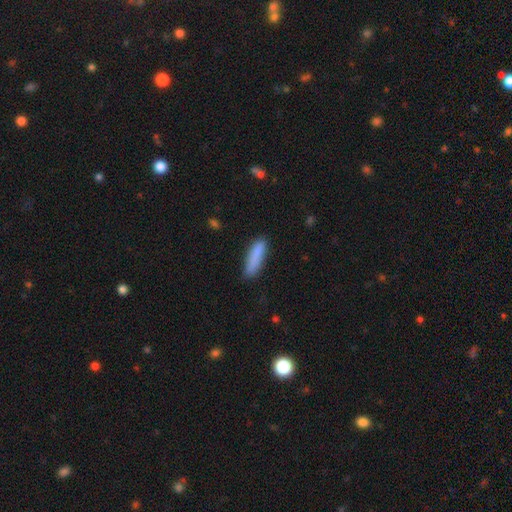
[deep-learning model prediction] The model was most divided on "how rounded": cigar-shaped: 68%, in between: 31%, round: 2%. More confident: smooth or featured — smooth (86%); merging — none (80%).